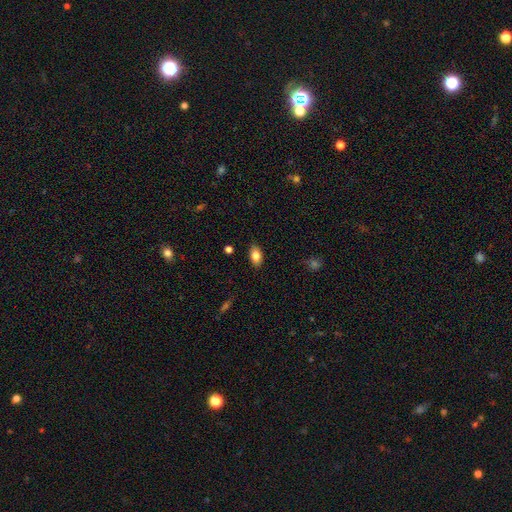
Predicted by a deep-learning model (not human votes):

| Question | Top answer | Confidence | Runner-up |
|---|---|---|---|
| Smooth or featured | smooth | 82% | featured or disk (10%) |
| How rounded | in between | 90% | round (7%) |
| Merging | none | 86% | minor disturbance (10%) |